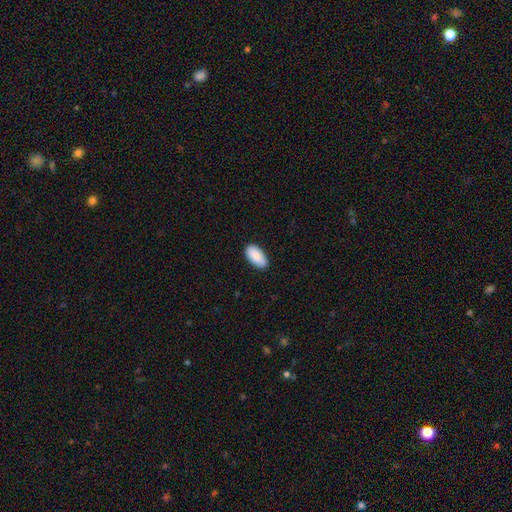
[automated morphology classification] Q: Smooth or featured?
A: smooth (89%); runner-up: star or artifact (6%)
Q: How rounded?
A: in between (94%); runner-up: cigar-shaped (4%)
Q: Merging?
A: none (87%); runner-up: minor disturbance (10%)